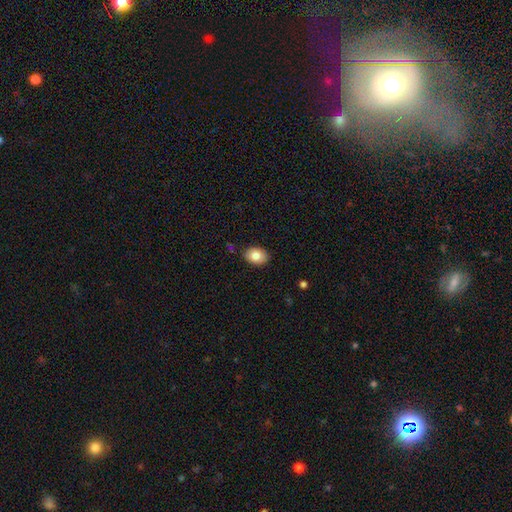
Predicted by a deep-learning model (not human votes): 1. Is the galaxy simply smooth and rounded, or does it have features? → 83% smooth, 9% featured or disk, 8% star or artifact.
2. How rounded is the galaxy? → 73% in between, 26% round, 1% cigar-shaped.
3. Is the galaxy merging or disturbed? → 84% none, 11% minor disturbance, 2% major disturbance, 2% merger.